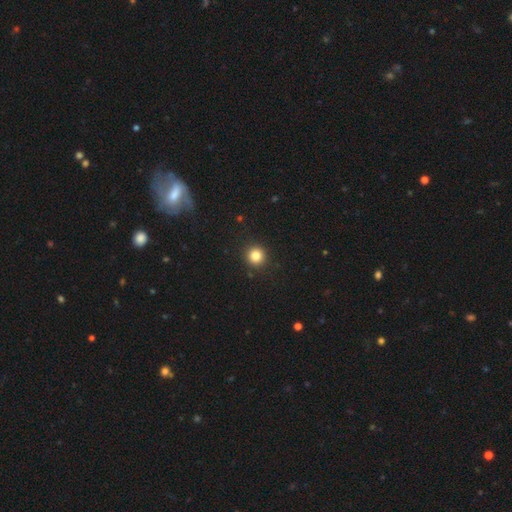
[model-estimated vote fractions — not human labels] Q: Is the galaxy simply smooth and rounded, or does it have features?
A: smooth — 83%.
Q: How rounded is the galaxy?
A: round — 94%.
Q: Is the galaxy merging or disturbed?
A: none — 92%.